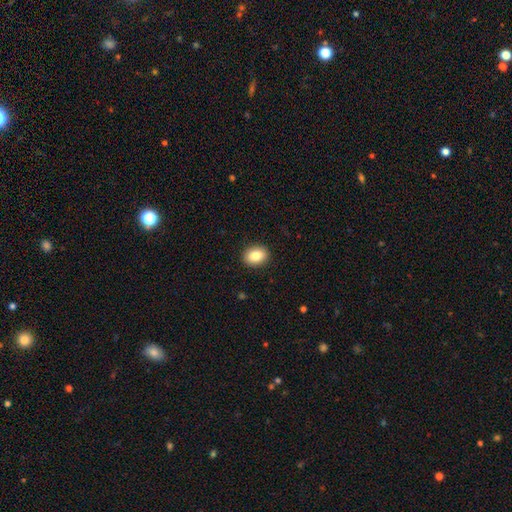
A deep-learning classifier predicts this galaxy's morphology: Smooth or featured: smooth — 85% (star or artifact — 8%)
How rounded: in between — 64% (round — 35%)
Merging: none — 91% (minor disturbance — 7%)